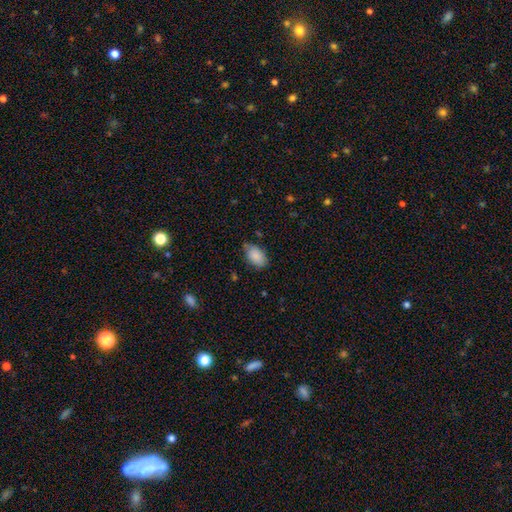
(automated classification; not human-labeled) Morphology: type=smooth (88%); roundness=in between (92%); merging=none (73%).